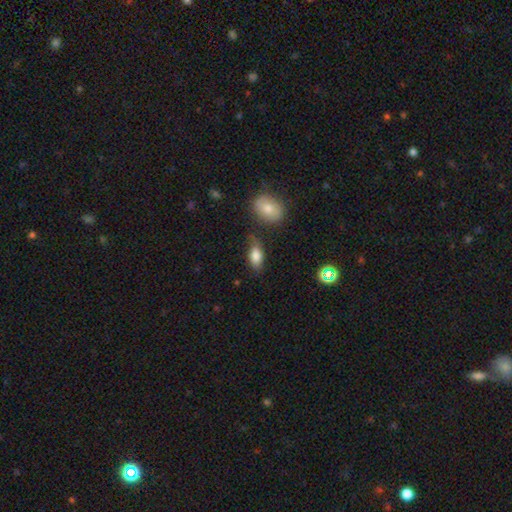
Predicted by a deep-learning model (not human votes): A smooth galaxy with no disk features (82%) that is in between round and cigar-shaped (89%). Merging: none (64%).